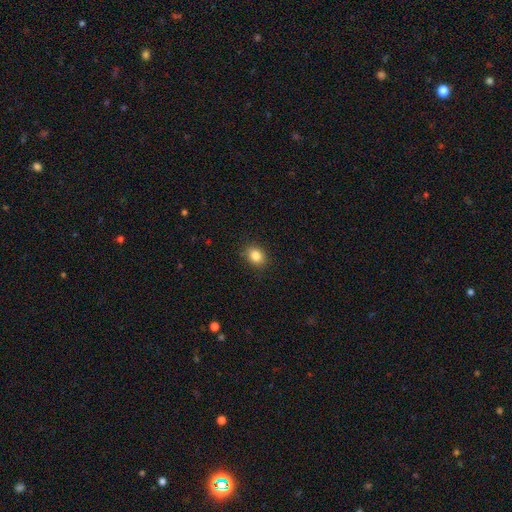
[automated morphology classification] Q: Smooth or featured?
A: smooth (85%); runner-up: star or artifact (10%)
Q: How rounded?
A: round (52%); runner-up: in between (47%)
Q: Merging?
A: none (87%); runner-up: minor disturbance (10%)